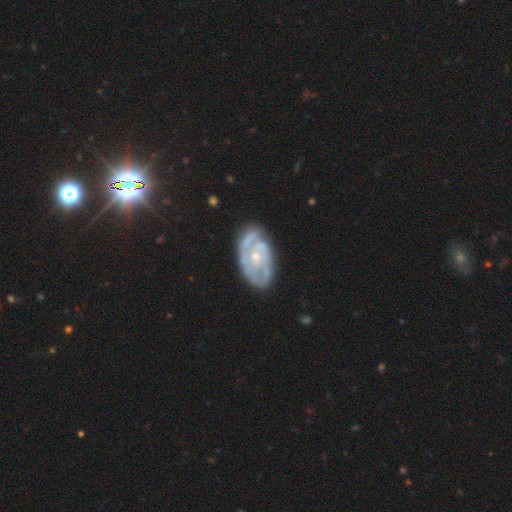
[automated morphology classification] A featured or disk galaxy (79%) with no bar (77%), tight (60%) spiral arms (82%) and a small central bulge (68%). Merging: none (67%).